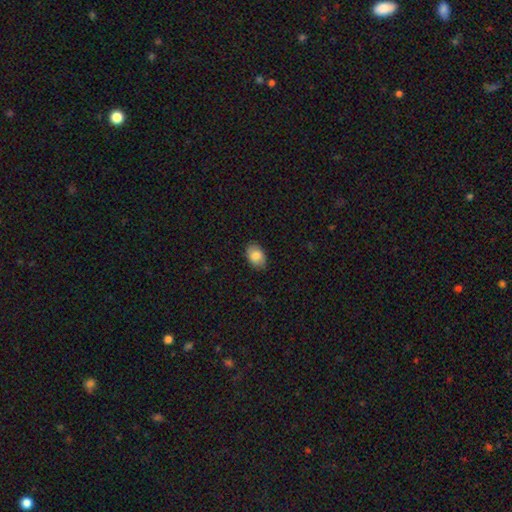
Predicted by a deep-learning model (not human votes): Smooth or featured?
  - smooth: 83% *
  - featured or disk: 9%
  - star or artifact: 7%
How rounded?
  - in between: 87% *
  - round: 12%
  - cigar-shaped: 1%
Merging?
  - none: 88% *
  - minor disturbance: 9%
  - major disturbance: 2%
  - merger: 1%